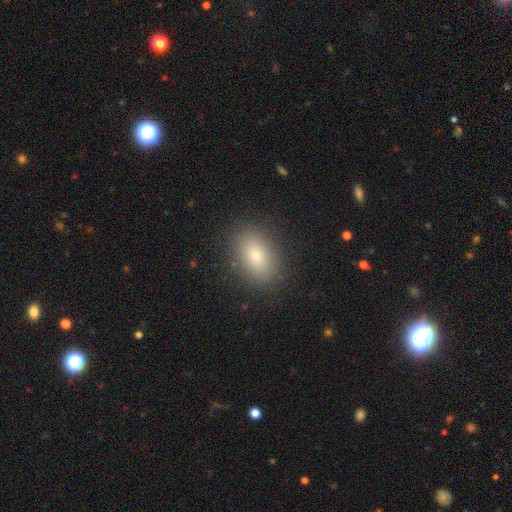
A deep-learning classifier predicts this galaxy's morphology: This appears to be a smooth galaxy with no disk features (80%) that is in between round and cigar-shaped (83%). Merging: none (87%).